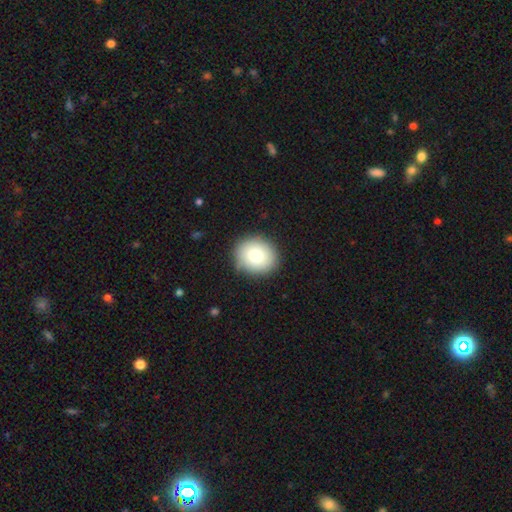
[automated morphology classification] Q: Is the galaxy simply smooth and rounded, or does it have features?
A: smooth — 82%.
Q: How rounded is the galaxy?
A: round — 72%.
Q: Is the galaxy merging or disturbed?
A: none — 87%.